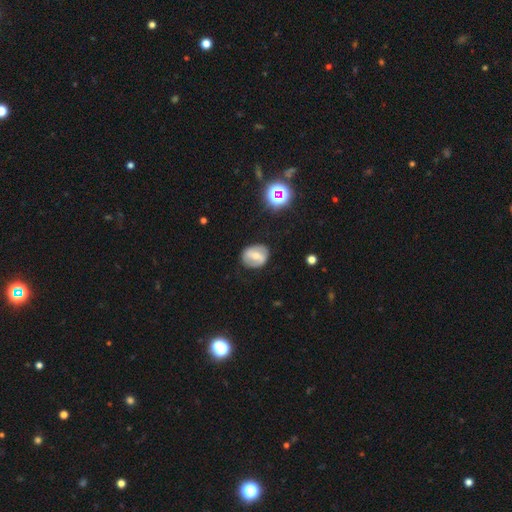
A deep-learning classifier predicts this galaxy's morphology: featured or disk 55%, smooth 36%, star or artifact 9%. Down the decision tree: edge-on disk — no (95%); bar — strong (51%); spiral arms — yes (55%); bulge size — moderate (50%); merging — none (82%).